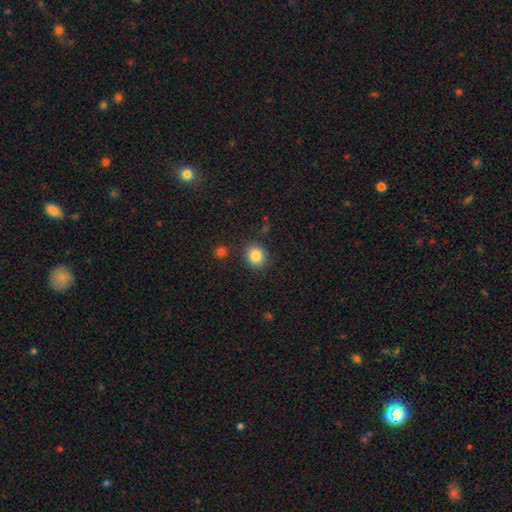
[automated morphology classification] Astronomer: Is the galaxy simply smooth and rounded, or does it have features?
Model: smooth — 86%.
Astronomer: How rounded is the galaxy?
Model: round — 82%.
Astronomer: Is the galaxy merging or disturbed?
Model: none — 85%.